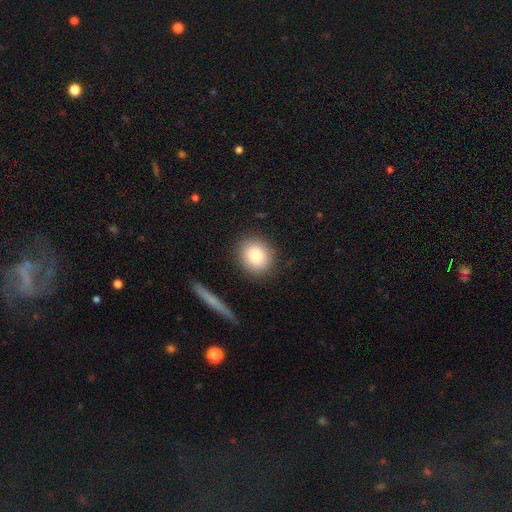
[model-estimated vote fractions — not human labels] Morphology: type=smooth (83%); roundness=round (78%); merging=none (86%).